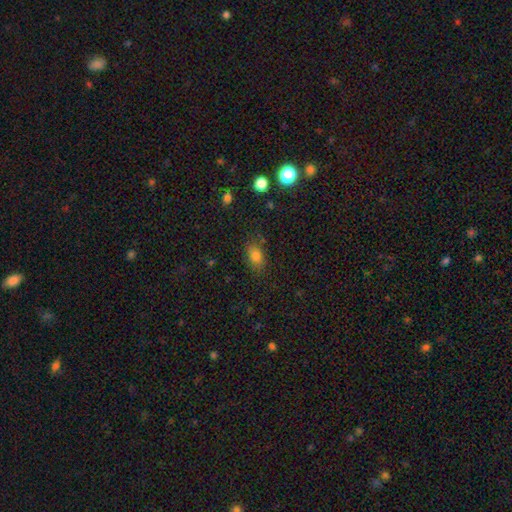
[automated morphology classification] type=smooth (78%); roundness=in between (81%); merging=none (79%).